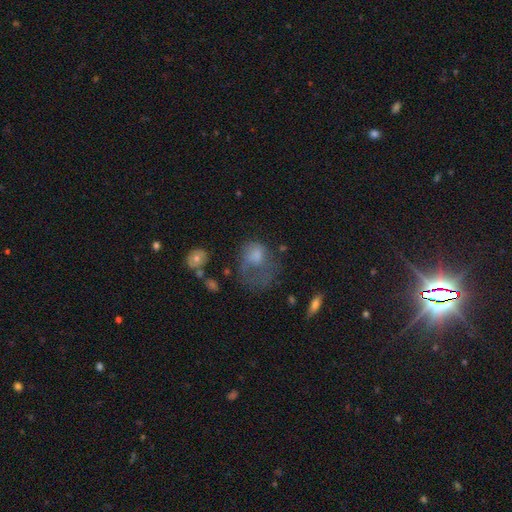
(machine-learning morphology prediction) A smooth galaxy with no disk features (49%). Merging: major disturbance (51%).